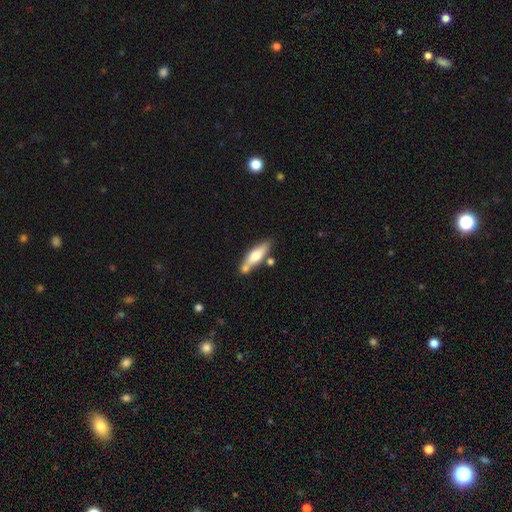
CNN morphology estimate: smooth 59%, featured or disk 35%, star or artifact 6%. Down the decision tree: how rounded — cigar-shaped (57%); merging — none (64%).